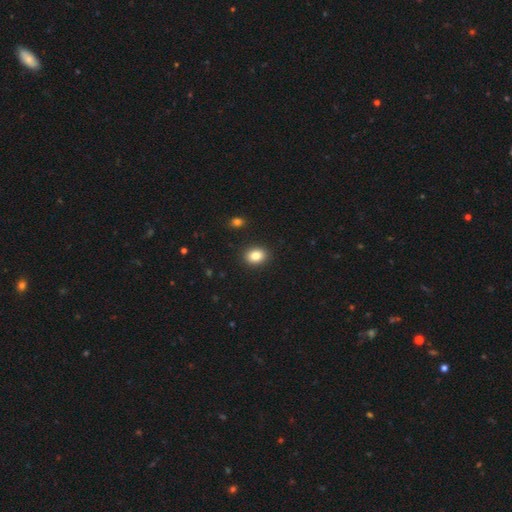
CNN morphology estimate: A smooth galaxy with no disk features (84%) that is in between round and cigar-shaped (60%). Merging: none (90%).